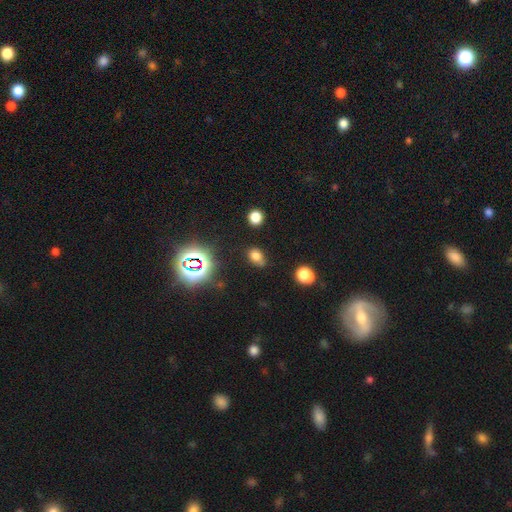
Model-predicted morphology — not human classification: Q: Smooth or featured?
A: smooth (69%); runner-up: star or artifact (22%)
Q: How rounded?
A: in between (65%); runner-up: round (33%)
Q: Merging?
A: none (61%); runner-up: minor disturbance (24%)